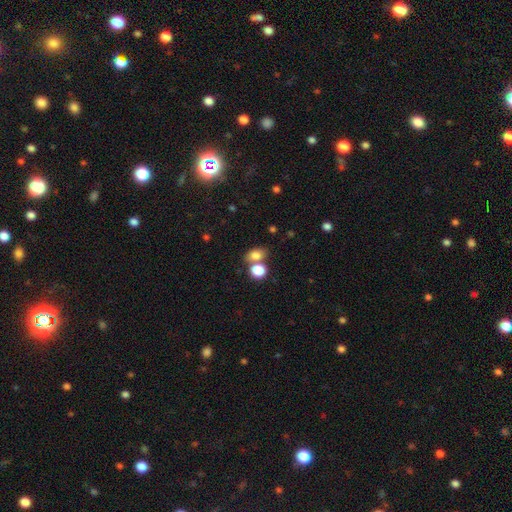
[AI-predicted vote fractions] This appears to be a smooth galaxy with no disk features (78%) that is in between round and cigar-shaped (62%). Merging: none (54%).